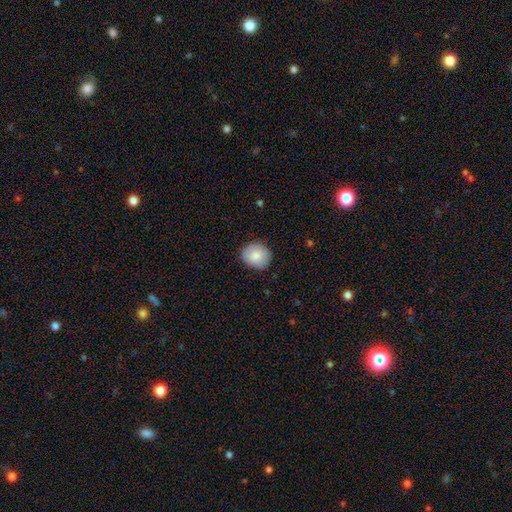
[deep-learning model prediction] Overall: smooth (85%). How rounded: round (78%). Merging: none (86%).